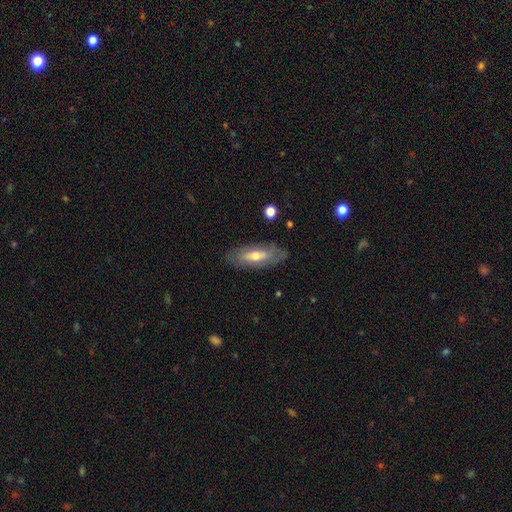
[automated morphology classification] A featured or disk galaxy (49%).

Vote fractions:
- Smooth or featured? featured or disk: 49% / smooth: 45% / star or artifact: 7%
- Merging? none: 79% / minor disturbance: 15% / major disturbance: 4% / merger: 1%